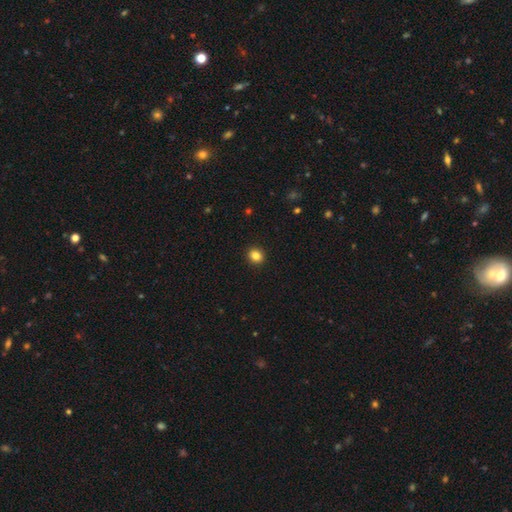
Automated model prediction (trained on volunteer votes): Morphology: type=smooth (84%); roundness=round (78%); merging=none (93%).